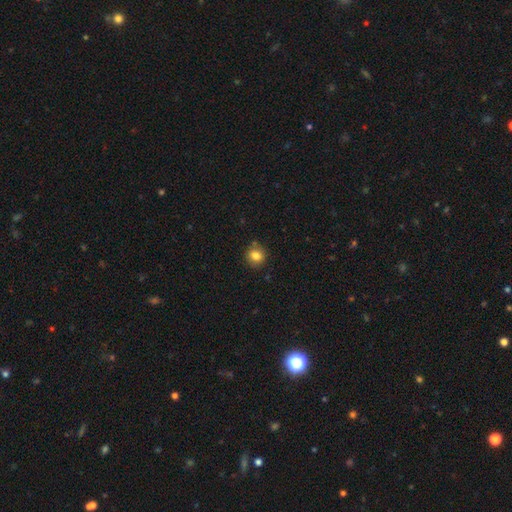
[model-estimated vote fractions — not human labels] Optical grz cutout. It shows a smooth galaxy with no disk features (83%) that is round (87%). Merging: none (84%).